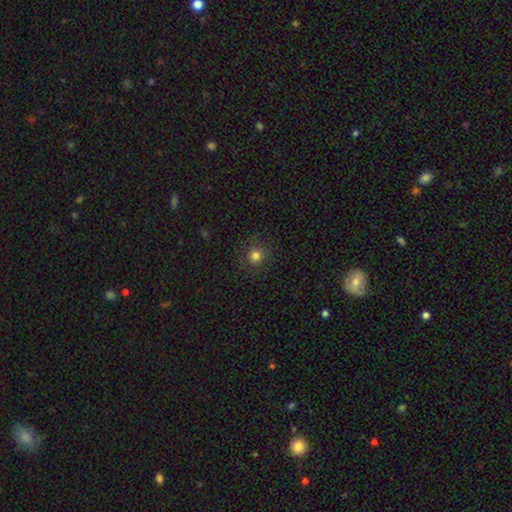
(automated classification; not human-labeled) Smooth or featured?
  - smooth: 80% *
  - star or artifact: 14%
  - featured or disk: 6%
How rounded?
  - round: 92% *
  - in between: 7%
  - cigar-shaped: 1%
Merging?
  - none: 87% *
  - minor disturbance: 9%
  - major disturbance: 4%
  - merger: 1%